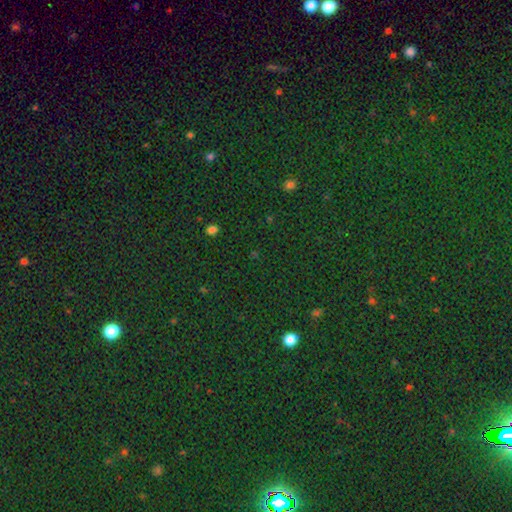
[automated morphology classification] A star or artifact, not a galaxy (73%).

Vote fractions:
- Smooth or featured? star or artifact: 73% / smooth: 18% / featured or disk: 9%